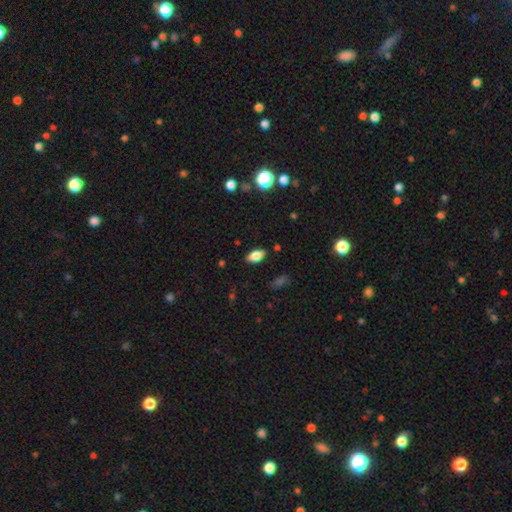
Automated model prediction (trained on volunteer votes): smooth-or-featured: smooth: 78% | featured or disk: 13% | star or artifact: 9%
  how-rounded: in between: 89% | cigar-shaped: 6% | round: 5%
  merging: none: 85% | minor disturbance: 11% | major disturbance: 2% | merger: 1%